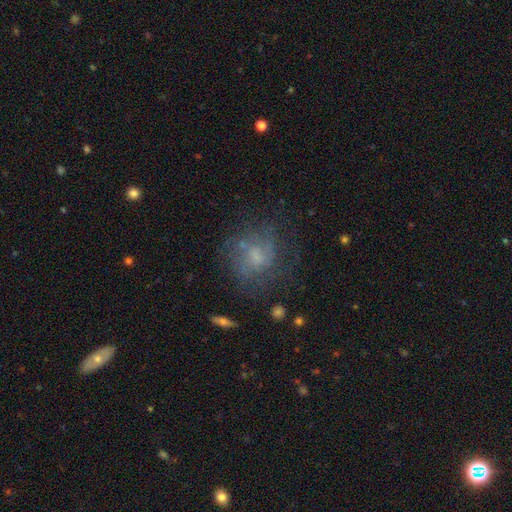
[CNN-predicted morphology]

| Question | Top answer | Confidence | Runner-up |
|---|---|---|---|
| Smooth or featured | featured or disk | 51% | smooth (35%) |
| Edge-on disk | no | 97% | yes (3%) |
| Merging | none | 60% | minor disturbance (19%) |